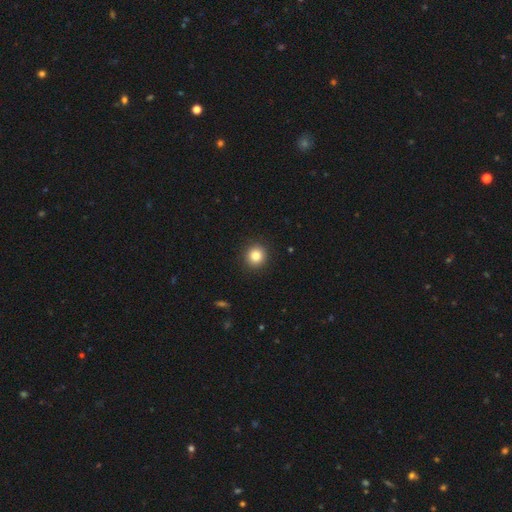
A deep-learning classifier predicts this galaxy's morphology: smooth_or_featured: smooth (p=0.83) [alt: star or artifact p=0.11]
how_rounded: round (p=0.92) [alt: in between p=0.07]
merging: none (p=0.92) [alt: minor disturbance p=0.05]